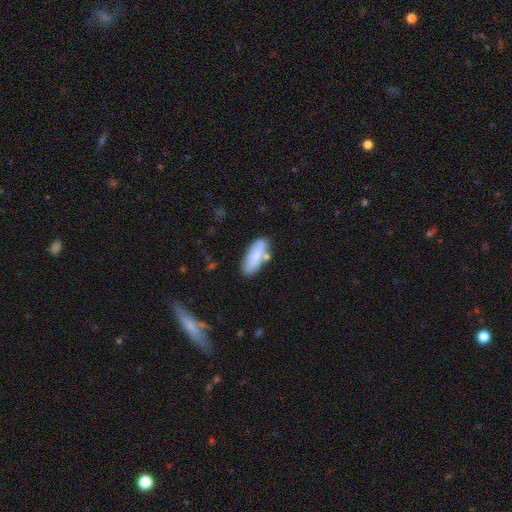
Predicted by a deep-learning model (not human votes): smooth 76%, featured or disk 17%, star or artifact 6%. Down the decision tree: how rounded — in between (79%); merging — none (72%).